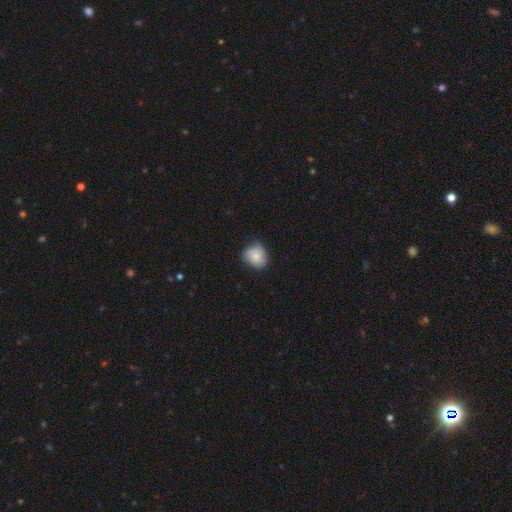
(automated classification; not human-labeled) Morphology: type=smooth (69%); roundness=round (67%); merging=none (56%).